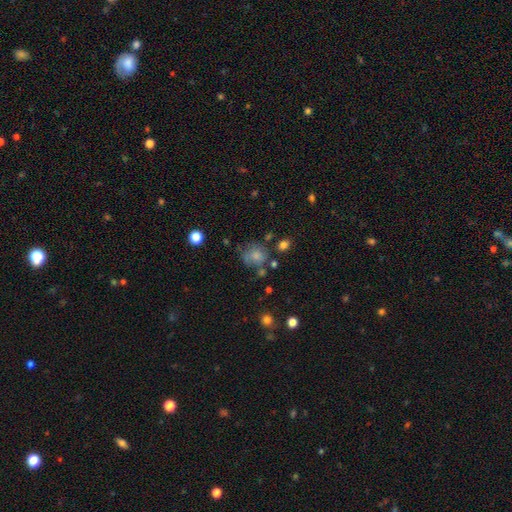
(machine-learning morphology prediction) This is likely a smooth galaxy (74%). How rounded: likely round (75%). Merging: possibly none (53%).